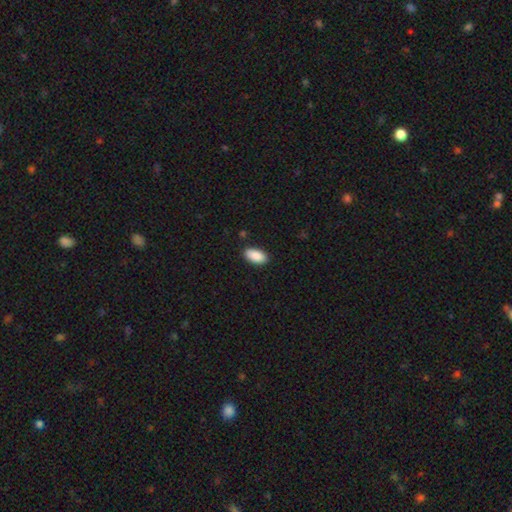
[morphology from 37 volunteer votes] smooth-or-featured: smooth: 92% | featured or disk: 5% | star or artifact: 3%
  how-rounded: in between: 94% | round: 6% | cigar-shaped: 0%
  merging: none: 86% | minor disturbance: 8% | major disturbance: 6% | merger: 0%